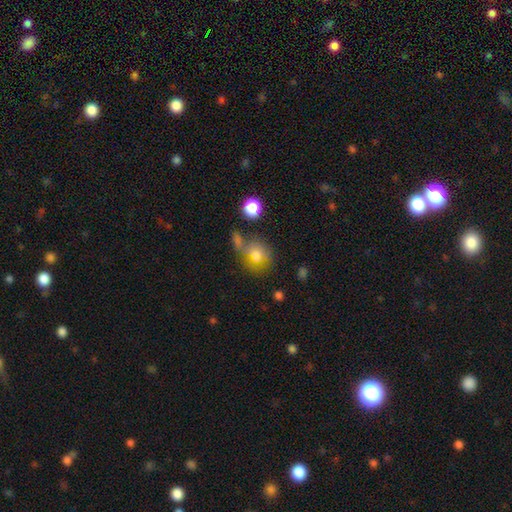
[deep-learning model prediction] smooth_or_featured: smooth (p=0.71) [alt: featured or disk p=0.16]
how_rounded: round (p=0.65) [alt: in between p=0.34]
merging: none (p=0.38) [alt: merger p=0.32]